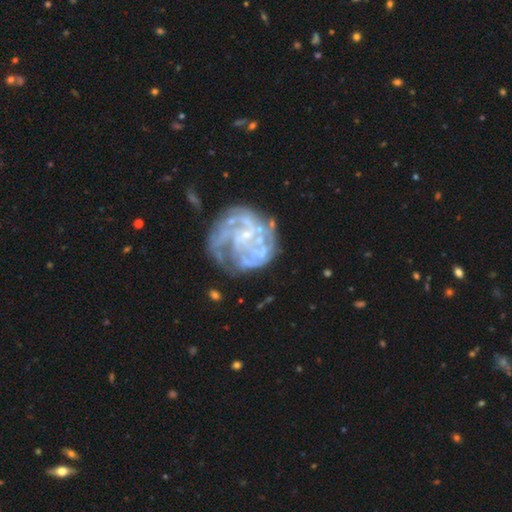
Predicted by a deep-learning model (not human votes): Smooth or featured? Predicted: featured or disk (p=0.86). Edge-on disk? Predicted: no (p=0.98). Bar? Predicted: no (p=0.60). Spiral arms? Predicted: yes (p=0.90). Spiral winding? Predicted: tight (p=0.46). Spiral arm count? Predicted: can't tell (p=0.27). Bulge size? Predicted: small (p=0.62). Merging? Predicted: none (p=0.52).